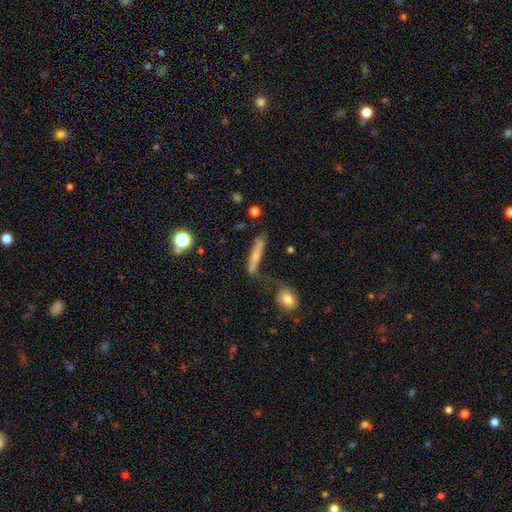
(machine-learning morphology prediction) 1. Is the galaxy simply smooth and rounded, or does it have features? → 57% smooth, 33% featured or disk, 11% star or artifact.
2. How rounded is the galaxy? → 84% cigar-shaped, 13% in between, 3% round.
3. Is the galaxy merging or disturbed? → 46% none, 23% minor disturbance, 16% merger, 15% major disturbance.